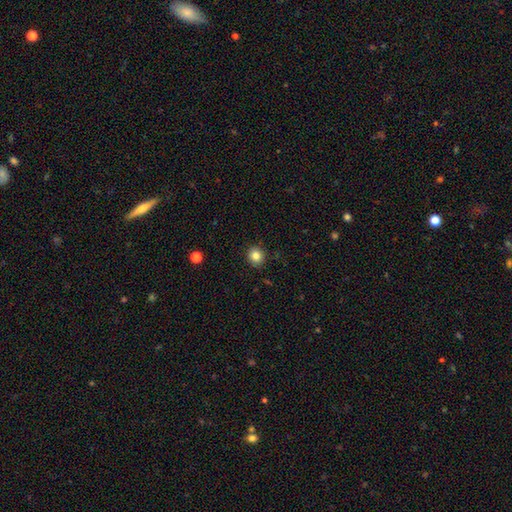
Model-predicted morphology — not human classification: Overall: smooth (83%). How rounded: round (83%). Merging: none (90%).